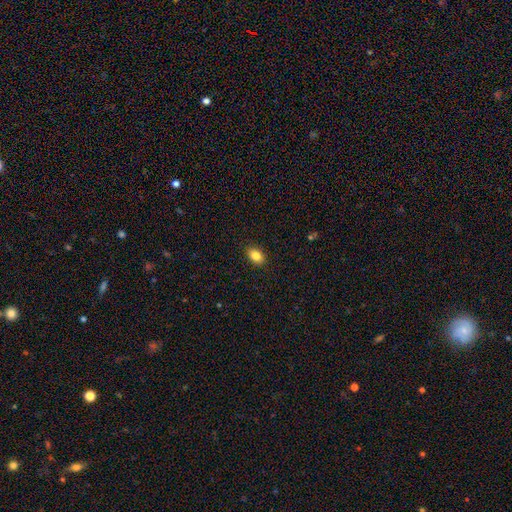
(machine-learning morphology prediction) This is clearly a smooth galaxy (85%). How rounded: clearly in between (84%). Merging: clearly none (90%).